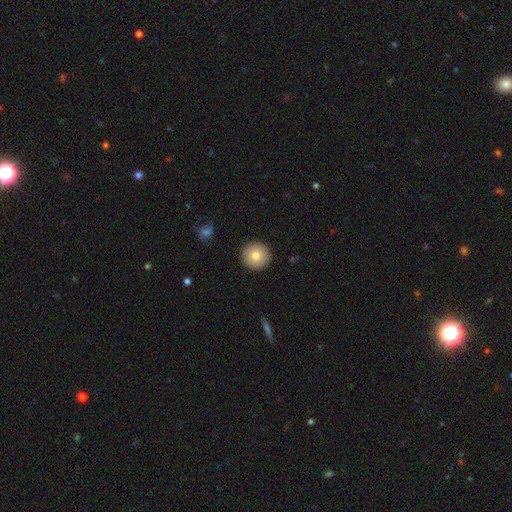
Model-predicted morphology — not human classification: smooth 82%, featured or disk 11%, star or artifact 8%. Down the decision tree: how rounded — round (95%); merging — none (92%).